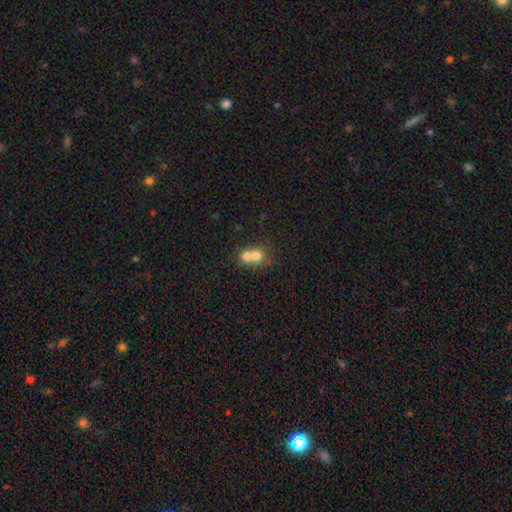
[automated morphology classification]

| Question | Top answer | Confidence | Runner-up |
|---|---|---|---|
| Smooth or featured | smooth | 72% | featured or disk (18%) |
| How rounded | round | 77% | in between (22%) |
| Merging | merger | 71% | none (22%) |